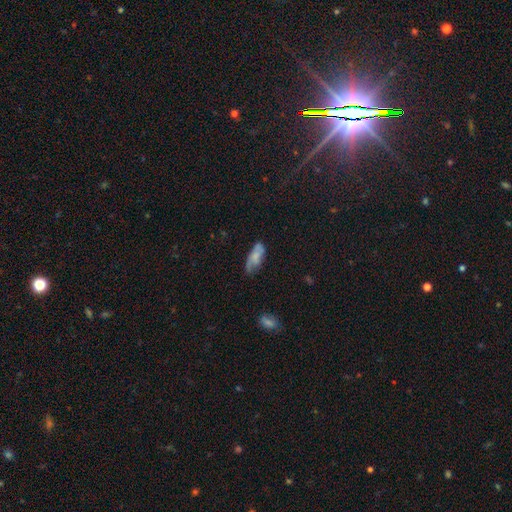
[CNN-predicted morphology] The model was most divided on "merging": none: 52%, minor disturbance: 31%, major disturbance: 14%, merger: 3%. More confident: how rounded — in between (78%); smooth or featured — smooth (57%).